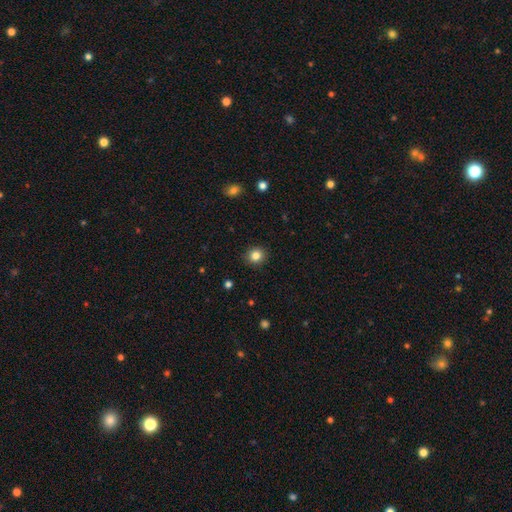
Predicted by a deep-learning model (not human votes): This is clearly a smooth galaxy (83%). How rounded: clearly round (87%). Merging: clearly none (91%).